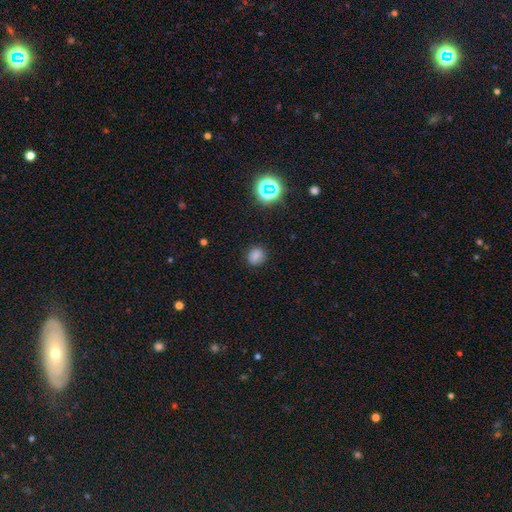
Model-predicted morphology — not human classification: Smooth or featured: smooth — 77% (star or artifact — 16%)
How rounded: round — 81% (in between — 18%)
Merging: none — 86% (minor disturbance — 10%)